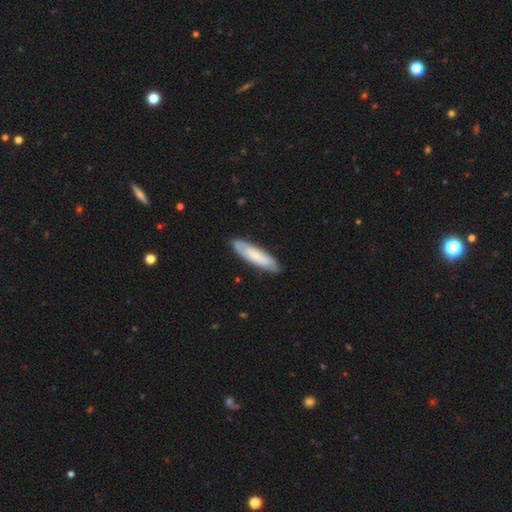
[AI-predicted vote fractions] Smooth or featured? Predicted: smooth (p=0.61). How rounded? Predicted: cigar-shaped (p=0.70). Merging? Predicted: none (p=0.85).